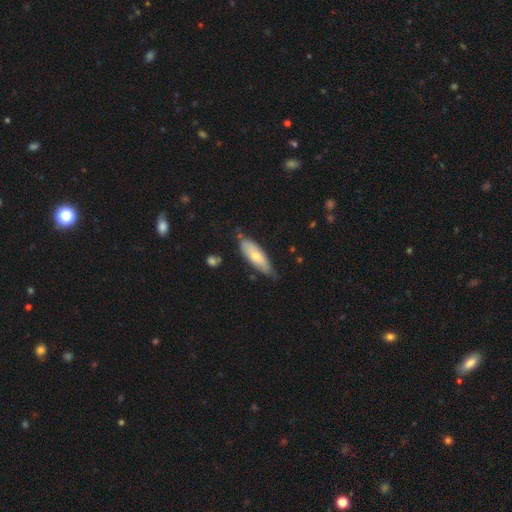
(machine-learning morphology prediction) type=smooth (61%); roundness=in between (62%); merging=none (62%).